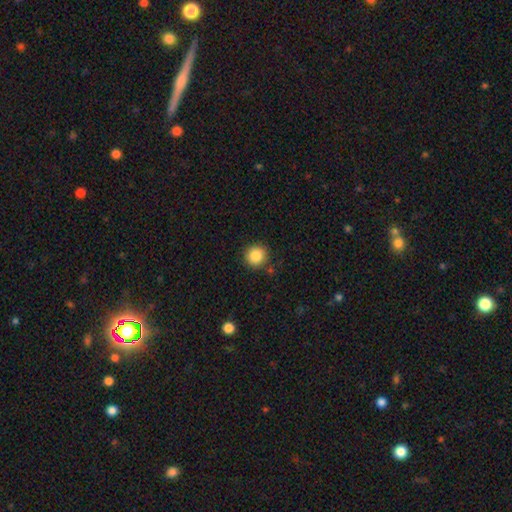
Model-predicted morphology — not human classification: smooth_or_featured: smooth (p=0.87) [alt: star or artifact p=0.10]
how_rounded: round (p=0.92) [alt: in between p=0.07]
merging: none (p=0.87) [alt: minor disturbance p=0.08]